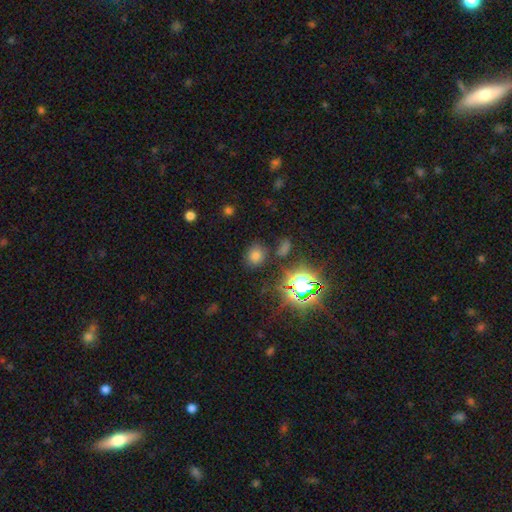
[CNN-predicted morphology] smooth_or_featured: smooth (p=0.65) [alt: star or artifact p=0.28]
how_rounded: round (p=0.74) [alt: in between p=0.25]
merging: none (p=0.80) [alt: minor disturbance p=0.10]